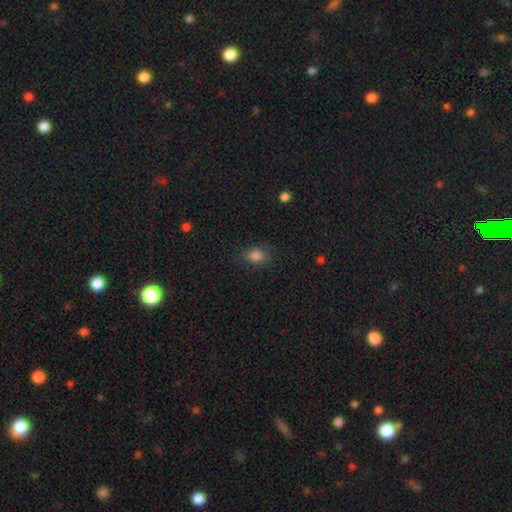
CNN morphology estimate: smooth_or_featured: smooth (p=0.82) [alt: star or artifact p=0.12]
how_rounded: in between (p=0.60) [alt: round p=0.39]
merging: none (p=0.79) [alt: minor disturbance p=0.15]